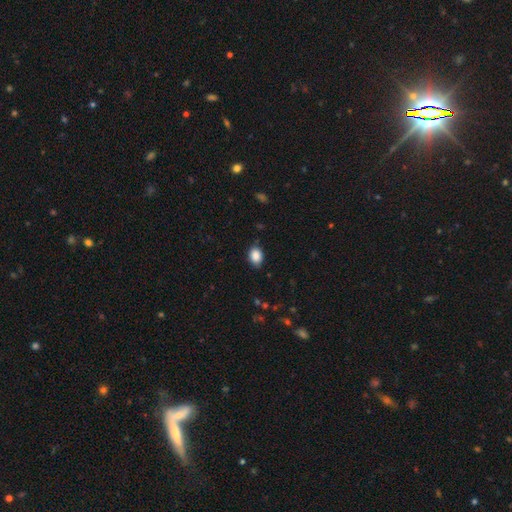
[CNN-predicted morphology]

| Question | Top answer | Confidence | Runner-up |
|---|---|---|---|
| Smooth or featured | smooth | 88% | star or artifact (8%) |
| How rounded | in between | 74% | round (25%) |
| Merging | none | 83% | minor disturbance (14%) |